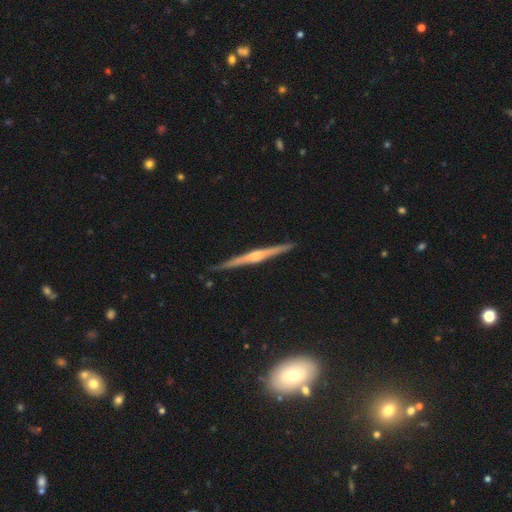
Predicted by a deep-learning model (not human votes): Smooth or featured?
  - featured or disk: 80% *
  - smooth: 15%
  - star or artifact: 6%
Edge-on disk?
  - yes: 98% *
  - no: 2%
Edge-on bulge?
  - rounded: 69% *
  - none: 16%
  - boxy: 15%
Merging?
  - none: 90% *
  - minor disturbance: 7%
  - major disturbance: 1%
  - merger: 1%